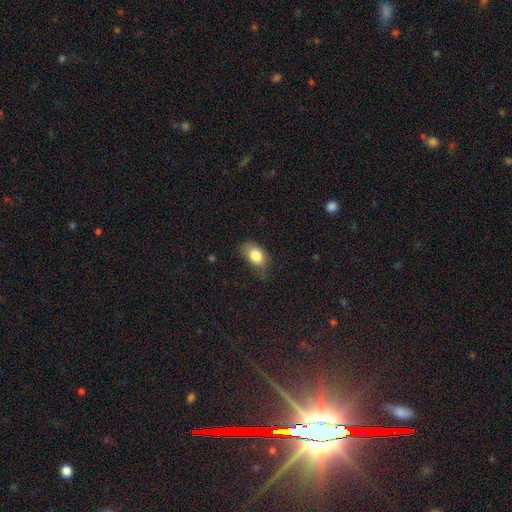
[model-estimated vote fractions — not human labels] The model was most divided on "merging": none: 54%, minor disturbance: 34%, major disturbance: 10%, merger: 2%. More confident: how rounded — in between (87%); smooth or featured — smooth (82%).